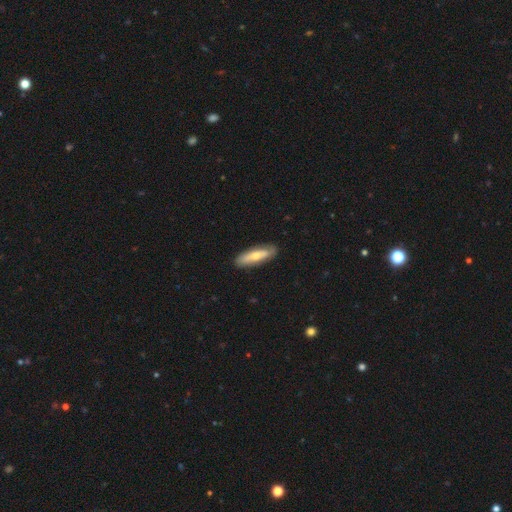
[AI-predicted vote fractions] Overall: smooth (58%; featured or disk 36%). How rounded: cigar-shaped (60%; in between 38%). Merging: none (83%).